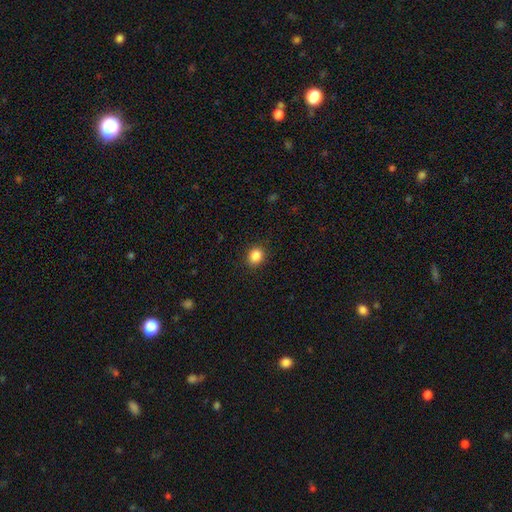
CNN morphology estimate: Smooth or featured: smooth — 86% (star or artifact — 10%)
How rounded: round — 68% (in between — 31%)
Merging: none — 89% (minor disturbance — 7%)